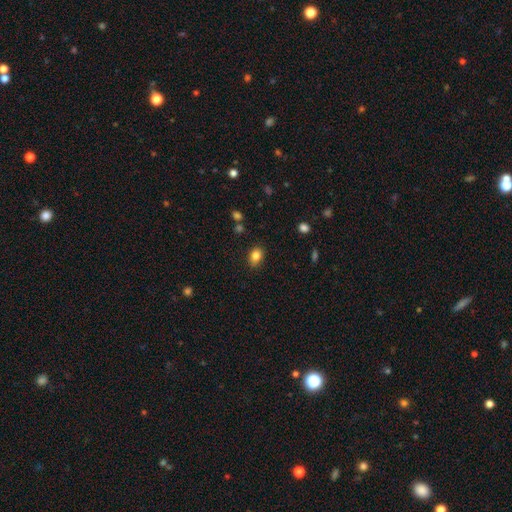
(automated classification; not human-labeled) Q: Smooth or featured?
A: smooth (83%); runner-up: star or artifact (10%)
Q: How rounded?
A: in between (67%); runner-up: round (32%)
Q: Merging?
A: none (83%); runner-up: minor disturbance (13%)